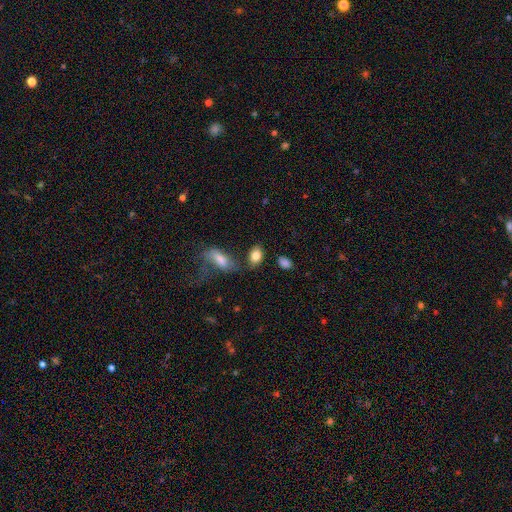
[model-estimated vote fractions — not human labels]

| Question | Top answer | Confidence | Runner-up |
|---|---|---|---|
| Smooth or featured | smooth | 83% | featured or disk (9%) |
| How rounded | in between | 83% | round (15%) |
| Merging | none | 64% | minor disturbance (16%) |